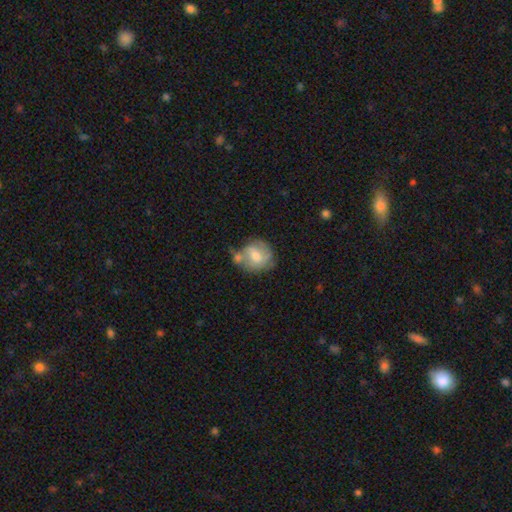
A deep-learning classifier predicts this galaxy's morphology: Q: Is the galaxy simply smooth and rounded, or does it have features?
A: smooth — 55%.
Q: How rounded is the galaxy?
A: round — 77%.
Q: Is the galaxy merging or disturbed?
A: none — 45%.